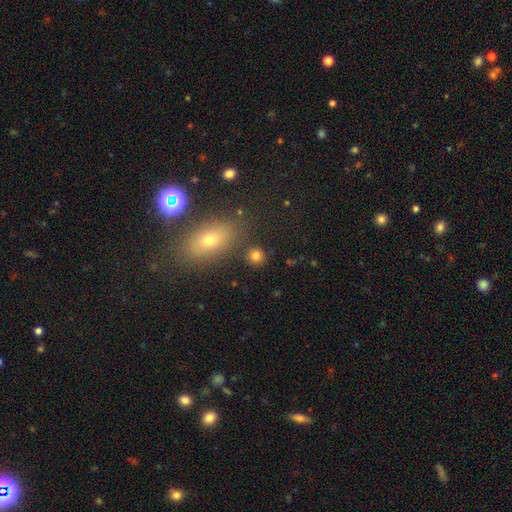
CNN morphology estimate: A smooth galaxy with no disk features (80%) that is round (86%). Merging: none (82%).